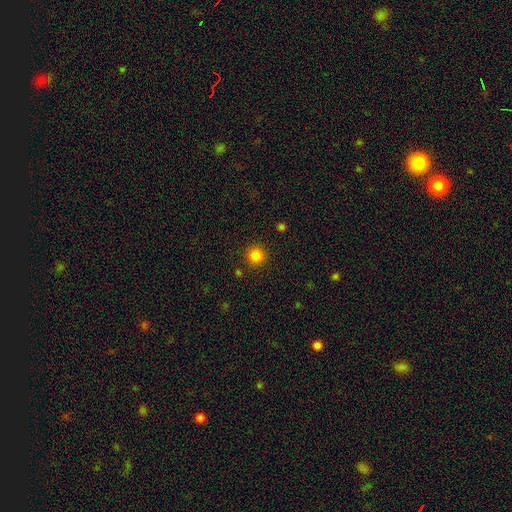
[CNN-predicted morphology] Q: Smooth or featured?
A: smooth (84%); runner-up: star or artifact (13%)
Q: How rounded?
A: round (94%); runner-up: in between (5%)
Q: Merging?
A: none (90%); runner-up: minor disturbance (6%)